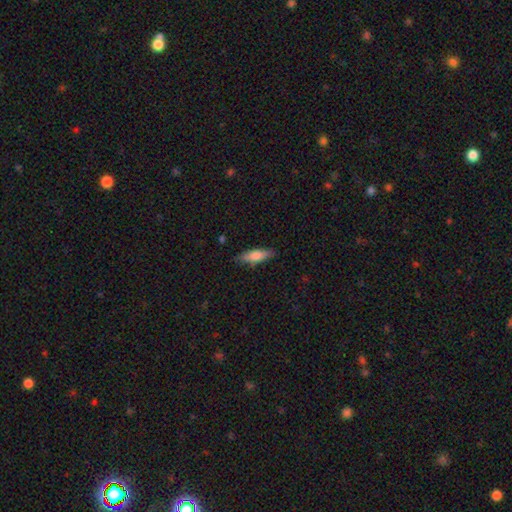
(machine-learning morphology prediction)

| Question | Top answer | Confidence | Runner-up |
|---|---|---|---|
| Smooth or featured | smooth | 73% | featured or disk (21%) |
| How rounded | cigar-shaped | 56% | in between (42%) |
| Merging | none | 83% | minor disturbance (13%) |